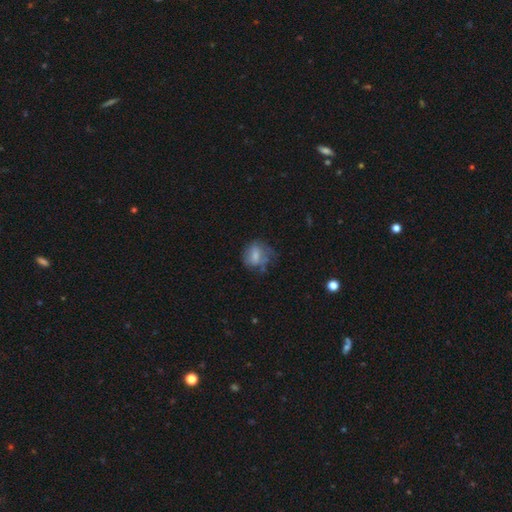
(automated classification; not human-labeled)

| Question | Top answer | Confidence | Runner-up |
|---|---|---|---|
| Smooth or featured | smooth | 61% | featured or disk (29%) |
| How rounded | round | 51% | in between (47%) |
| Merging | none | 44% | minor disturbance (30%) |